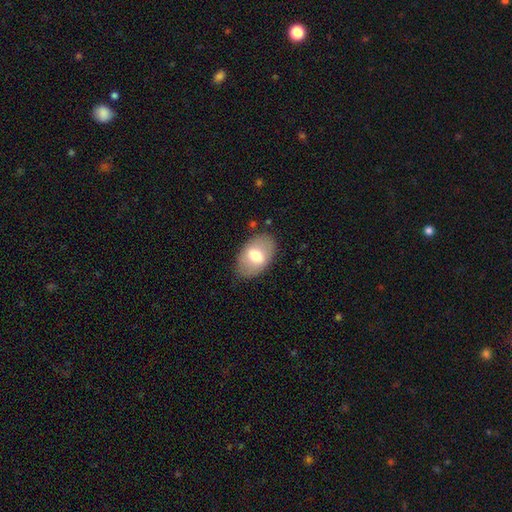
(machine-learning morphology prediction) Smooth or featured? smooth (64%)
How rounded? in between (89%)
Merging? none (81%)